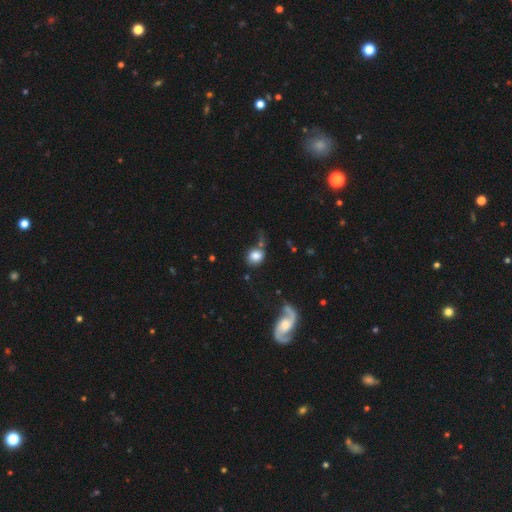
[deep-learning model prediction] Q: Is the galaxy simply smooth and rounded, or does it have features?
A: smooth — 78%.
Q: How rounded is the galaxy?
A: round — 60%.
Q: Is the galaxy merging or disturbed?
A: none — 48%.